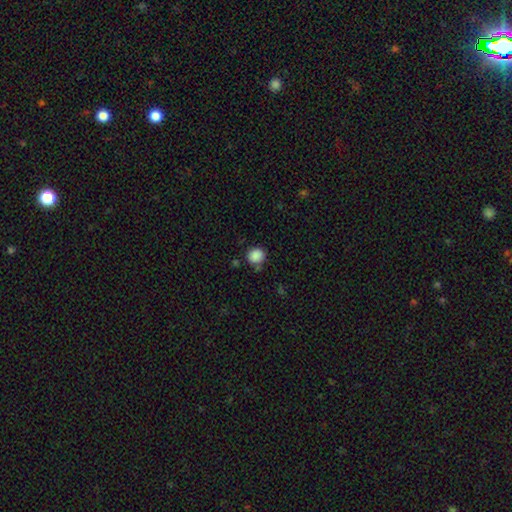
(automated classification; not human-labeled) Overall: smooth (88%). How rounded: round (80%). Merging: none (78%).